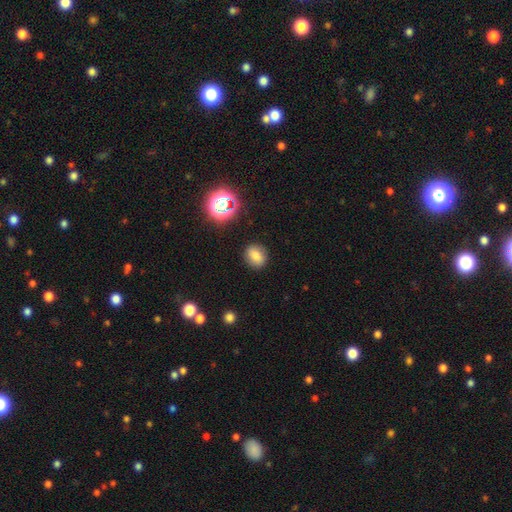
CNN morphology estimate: A smooth galaxy with no disk features (77%) that is round (52%).

Vote fractions:
- Smooth or featured? smooth: 77% / star or artifact: 15% / featured or disk: 8%
- How rounded? round: 52% / in between: 47% / cigar-shaped: 1%
- Merging? none: 86% / minor disturbance: 10% / major disturbance: 3% / merger: 2%